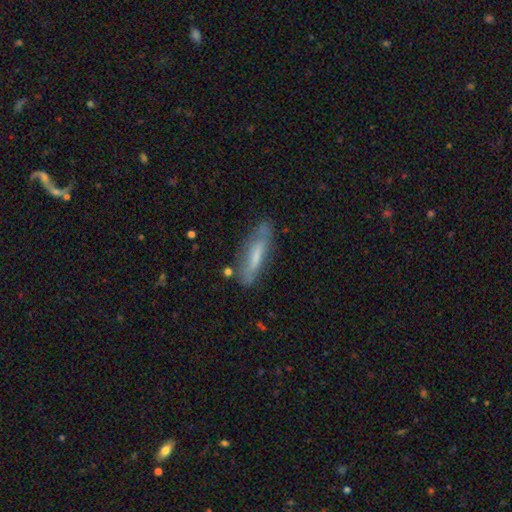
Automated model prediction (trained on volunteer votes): This appears to be a smooth galaxy with no disk features (53%) that is cigar-shaped (73%). Merging: none (72%).